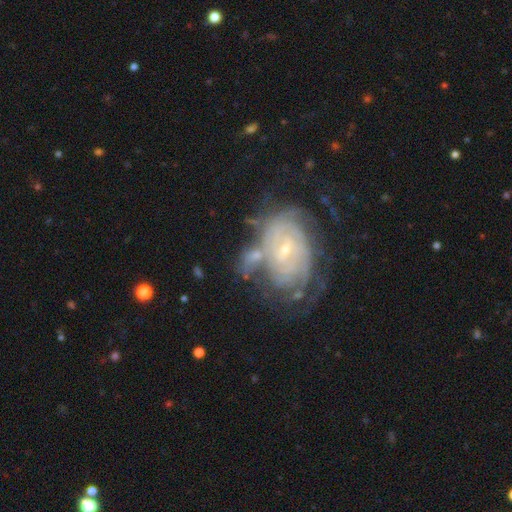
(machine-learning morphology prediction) type=featured or disk (78%); edge-on=no (96%); bar=weak (43%); spiral arms=yes (92%); winding=tight (76%); arm count=can't tell (41%); bulge=small (72%); merging=none (45%).